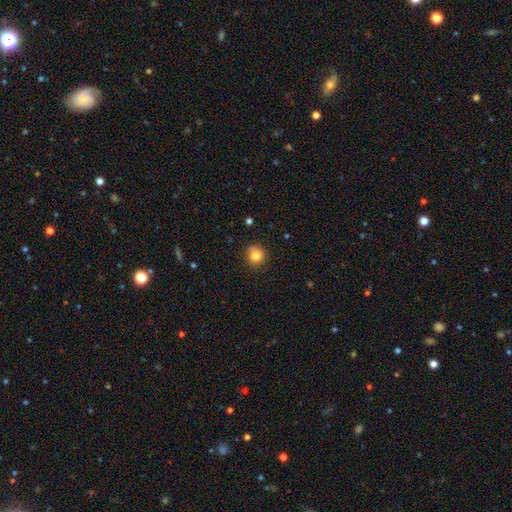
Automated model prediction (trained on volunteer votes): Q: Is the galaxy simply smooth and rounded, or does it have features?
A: smooth — 83%.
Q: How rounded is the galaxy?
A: round — 89%.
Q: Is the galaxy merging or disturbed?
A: none — 82%.